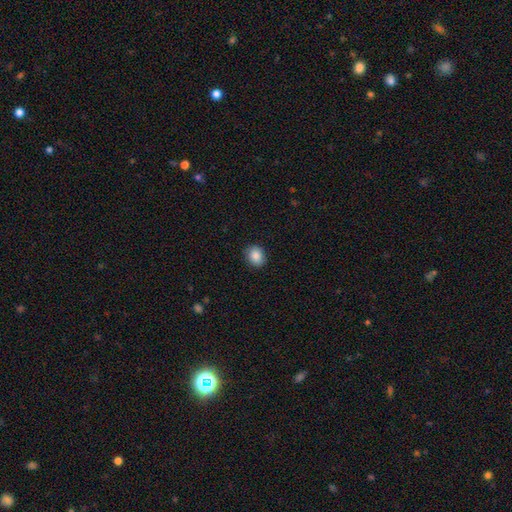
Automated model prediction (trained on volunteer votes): smooth 87%, star or artifact 8%, featured or disk 5%. Down the decision tree: how rounded — round (64%); merging — none (88%).